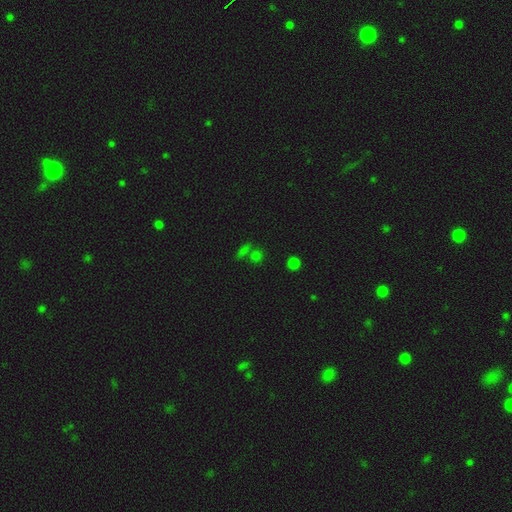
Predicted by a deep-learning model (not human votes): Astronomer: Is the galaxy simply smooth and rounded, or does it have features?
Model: smooth — 59%.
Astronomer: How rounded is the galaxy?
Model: round — 72%.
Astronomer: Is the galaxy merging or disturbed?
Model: none — 59%.